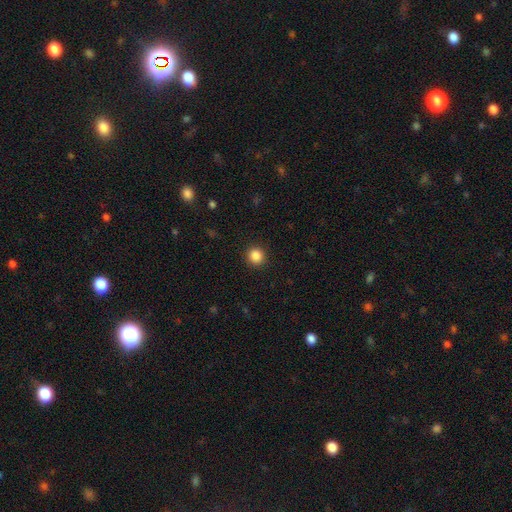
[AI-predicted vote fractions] Smooth or featured: smooth — 86% (star or artifact — 10%)
How rounded: round — 93% (in between — 7%)
Merging: none — 92% (minor disturbance — 5%)